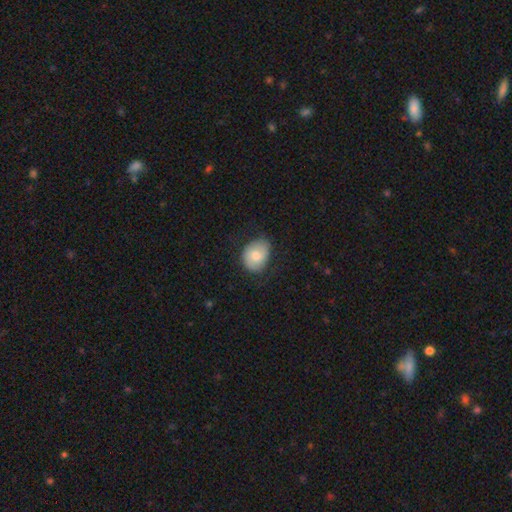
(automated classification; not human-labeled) smooth 73%, featured or disk 20%, star or artifact 6%. Down the decision tree: how rounded — in between (58%); merging — none (68%).